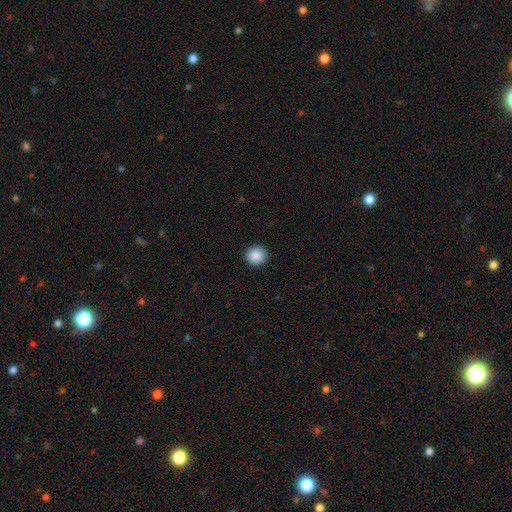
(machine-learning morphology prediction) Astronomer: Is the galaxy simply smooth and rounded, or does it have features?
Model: smooth — 89%.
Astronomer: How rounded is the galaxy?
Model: round — 93%.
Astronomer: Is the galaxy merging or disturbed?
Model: none — 93%.